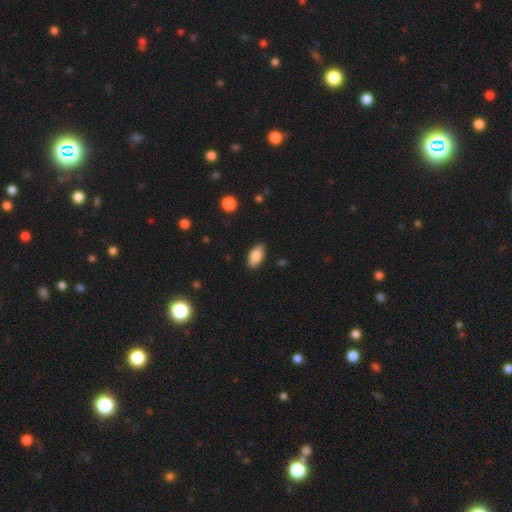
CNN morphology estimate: A smooth galaxy with no disk features (83%) that is in between round and cigar-shaped (92%). Merging: none (87%).